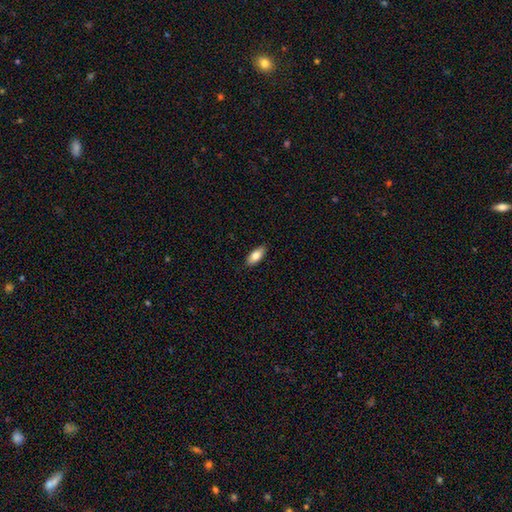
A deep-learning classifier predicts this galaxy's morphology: The model was most divided on "smooth or featured": smooth: 80%, featured or disk: 13%, star or artifact: 6%. More confident: merging — none (88%); how rounded — in between (83%).